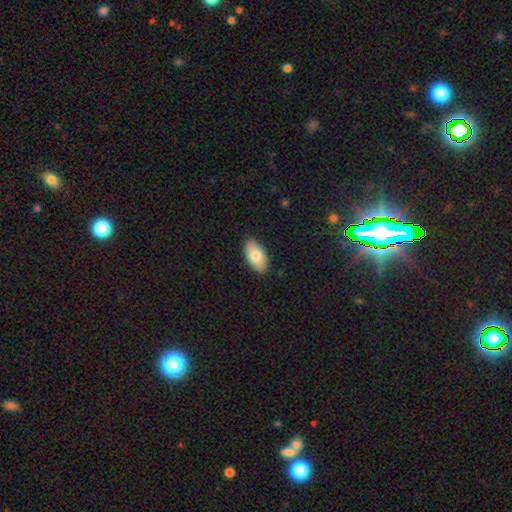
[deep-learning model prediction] Smooth or featured?
  - smooth: 78% *
  - featured or disk: 16%
  - star or artifact: 6%
How rounded?
  - in between: 94% *
  - round: 3%
  - cigar-shaped: 3%
Merging?
  - none: 86% *
  - minor disturbance: 11%
  - major disturbance: 2%
  - merger: 1%